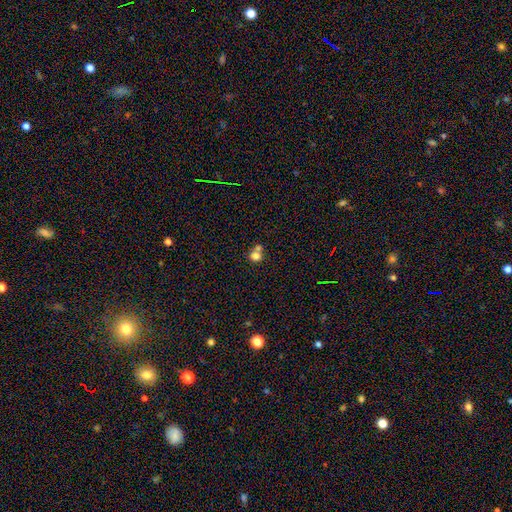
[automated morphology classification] Smooth or featured: smooth — 77% (star or artifact — 13%)
How rounded: round — 82% (in between — 17%)
Merging: none — 46% (merger — 43%)